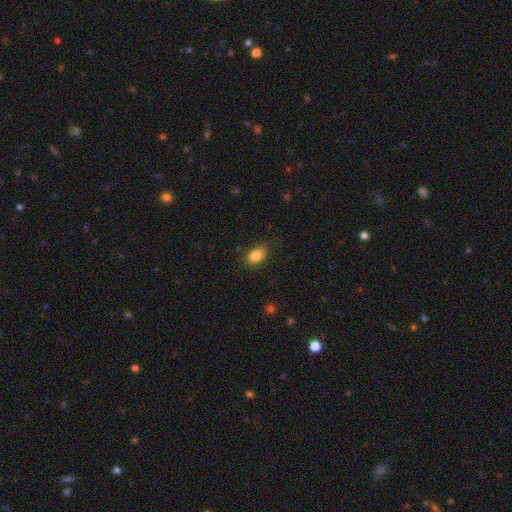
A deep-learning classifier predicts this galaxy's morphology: smooth_or_featured: smooth (p=0.83) [alt: star or artifact p=0.09]
how_rounded: in between (p=0.79) [alt: round p=0.19]
merging: none (p=0.76) [alt: minor disturbance p=0.19]